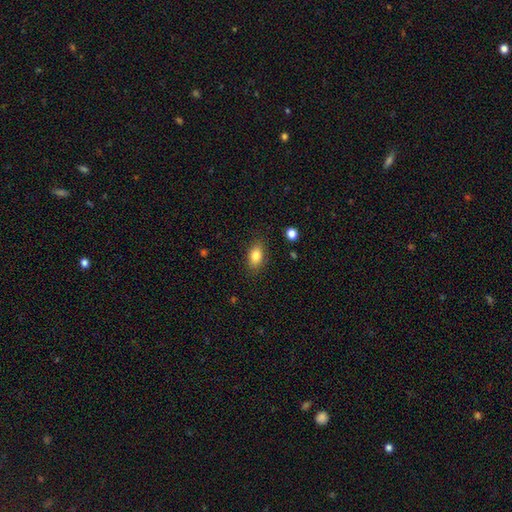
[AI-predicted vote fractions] smooth 83%, featured or disk 9%, star or artifact 8%. Down the decision tree: how rounded — in between (86%); merging — none (85%).